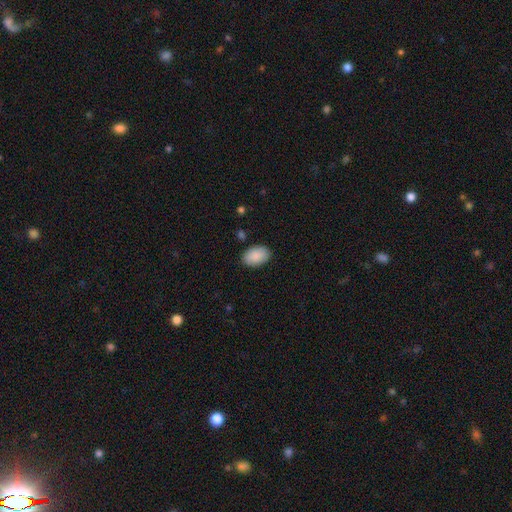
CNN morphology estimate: The model was most divided on "merging": none: 87%, minor disturbance: 10%, major disturbance: 2%, merger: 1%. More confident: how rounded — in between (91%); smooth or featured — smooth (90%).